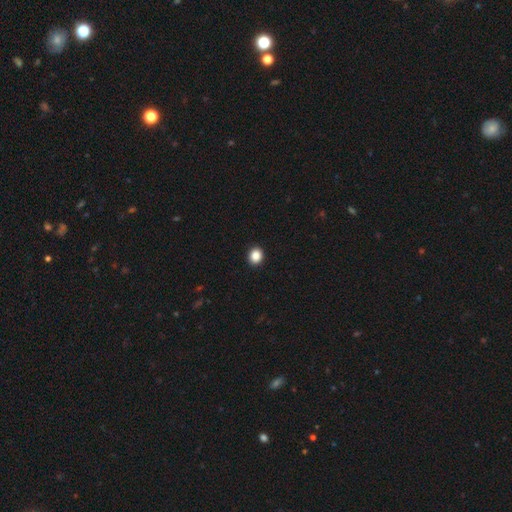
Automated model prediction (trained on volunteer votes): This is clearly a smooth galaxy (87%). How rounded: likely round (75%). Merging: clearly none (93%).